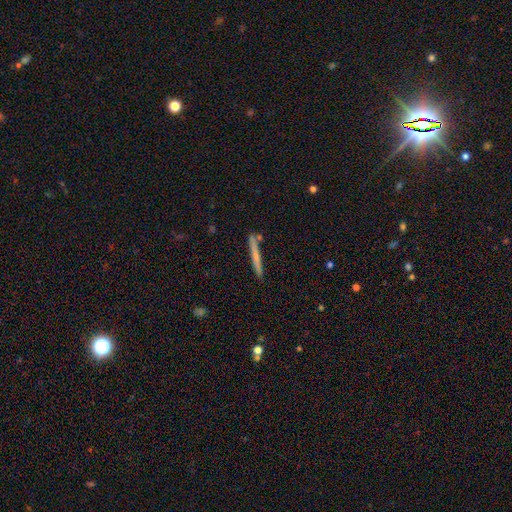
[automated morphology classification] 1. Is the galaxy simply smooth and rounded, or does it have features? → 57% smooth, 37% featured or disk, 6% star or artifact.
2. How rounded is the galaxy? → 96% cigar-shaped, 2% in between, 2% round.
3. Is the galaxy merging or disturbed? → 84% none, 10% minor disturbance, 5% merger, 2% major disturbance.